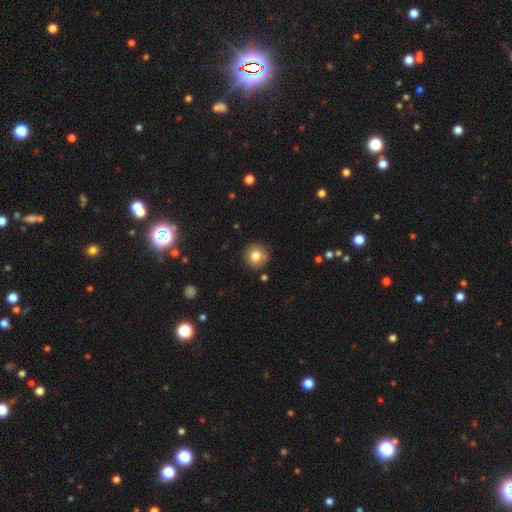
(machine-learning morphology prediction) A smooth galaxy with no disk features (80%) that is round (94%).

Vote fractions:
- Smooth or featured? smooth: 80% / featured or disk: 10% / star or artifact: 10%
- How rounded? round: 94% / in between: 5% / cigar-shaped: 1%
- Merging? none: 89% / minor disturbance: 8% / major disturbance: 2% / merger: 1%